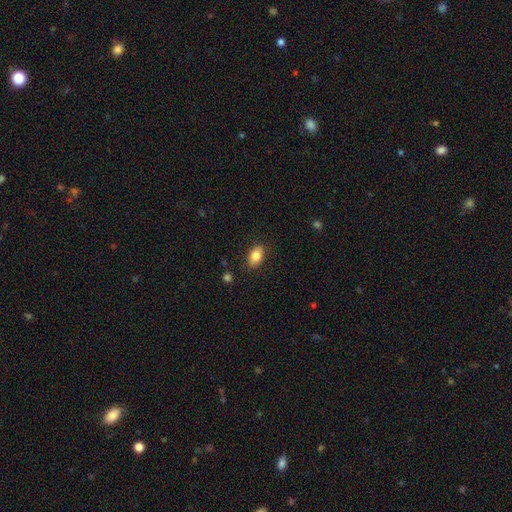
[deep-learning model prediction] smooth 84%, featured or disk 8%, star or artifact 8%. Down the decision tree: how rounded — in between (87%); merging — none (85%).